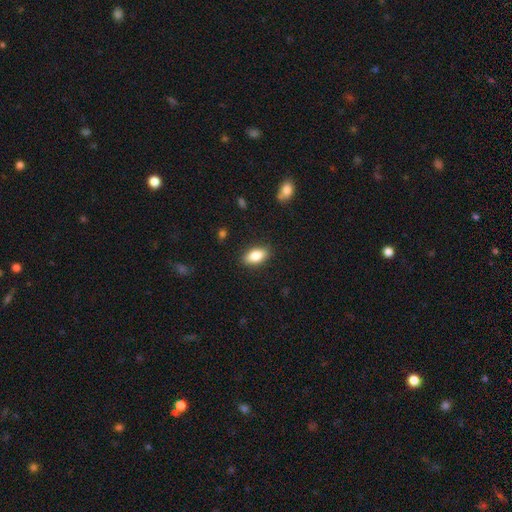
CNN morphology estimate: This is clearly a smooth galaxy (83%). How rounded: clearly in between (89%). Merging: clearly none (86%).